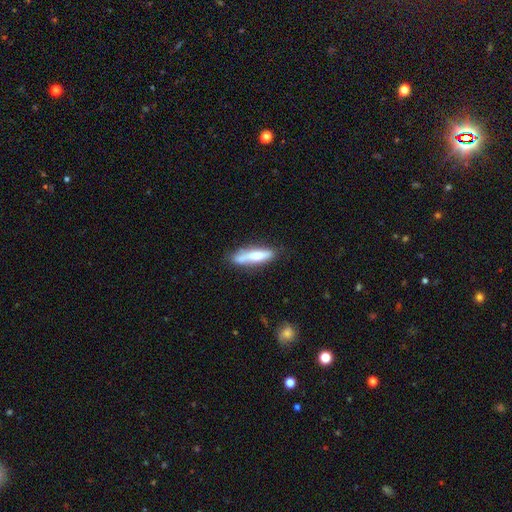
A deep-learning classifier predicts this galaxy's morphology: Smooth or featured?
  - smooth: 63% *
  - featured or disk: 31%
  - star or artifact: 6%
How rounded?
  - cigar-shaped: 74% *
  - in between: 24%
  - round: 2%
Merging?
  - none: 63% *
  - minor disturbance: 22%
  - merger: 9%
  - major disturbance: 6%